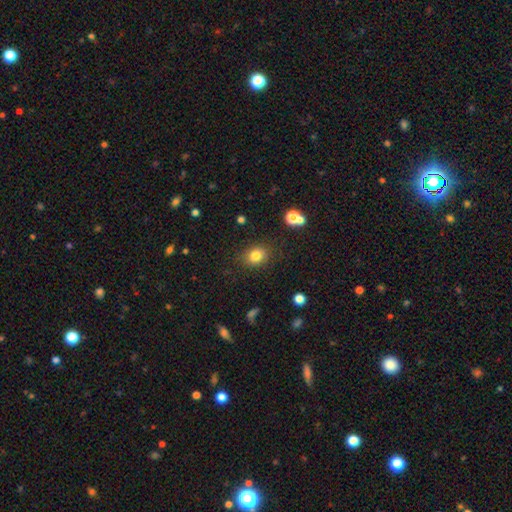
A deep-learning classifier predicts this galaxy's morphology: type=smooth (81%); roundness=round (51%); merging=none (82%).